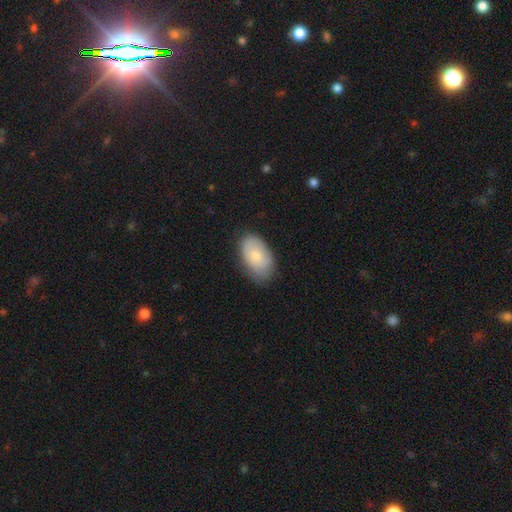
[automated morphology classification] This is likely a smooth galaxy (74%). How rounded: clearly in between (93%). Merging: likely none (71%).